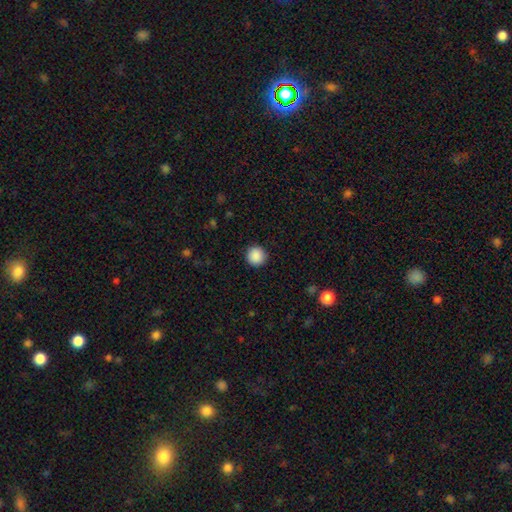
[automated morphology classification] The model was most divided on "smooth or featured": smooth: 89%, star or artifact: 8%, featured or disk: 2%. More confident: how rounded — round (94%); merging — none (92%).